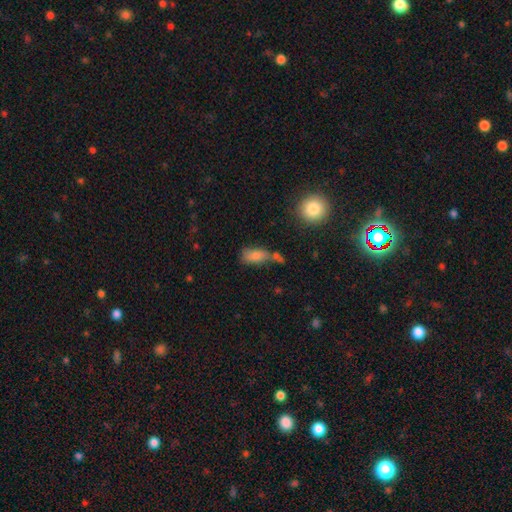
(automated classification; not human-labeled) Smooth or featured: smooth — 77% (featured or disk — 13%)
How rounded: in between — 83% (cigar-shaped — 12%)
Merging: none — 42% (merger — 26%)